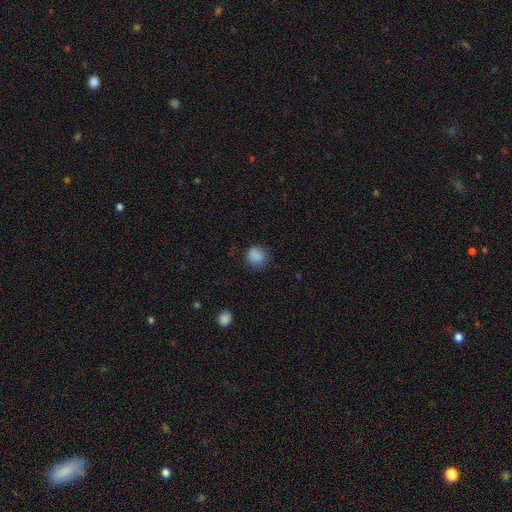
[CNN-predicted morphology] This appears to be a smooth galaxy with no disk features (85%) that is round (77%). Merging: none (76%).